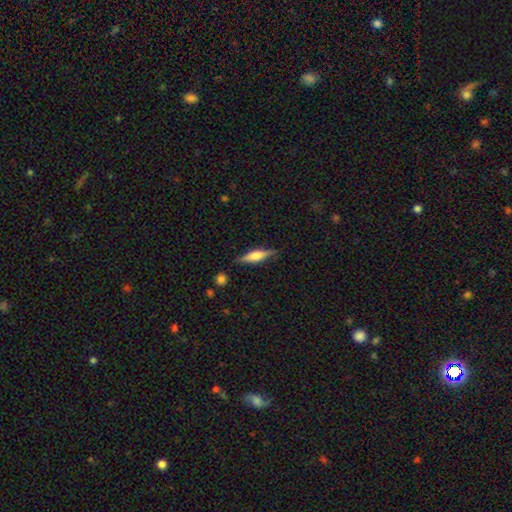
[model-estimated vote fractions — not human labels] smooth-or-featured: featured or disk: 49% | smooth: 44% | star or artifact: 7%
  merging: none: 85% | minor disturbance: 11% | major disturbance: 2% | merger: 2%